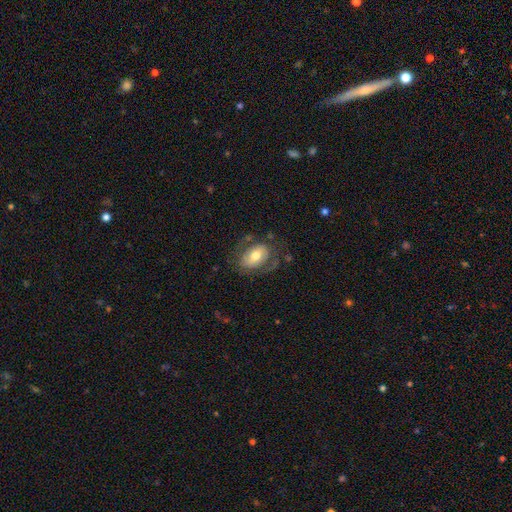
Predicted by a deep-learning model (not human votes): Q: Smooth or featured?
A: smooth (49%); runner-up: featured or disk (44%)
Q: Merging?
A: none (59%); runner-up: minor disturbance (21%)